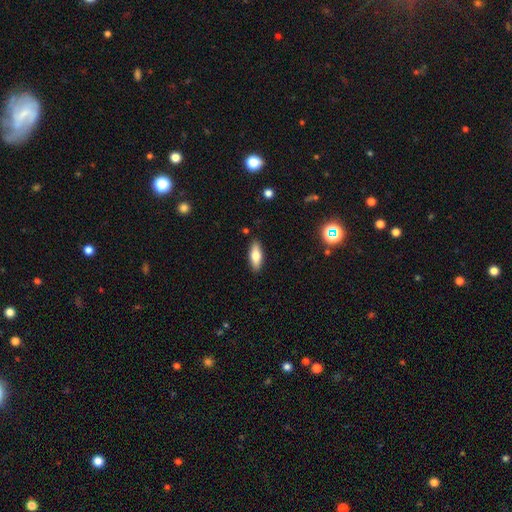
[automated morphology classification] smooth_or_featured: smooth (p=0.71) [alt: featured or disk p=0.22]
how_rounded: in between (p=0.68) [alt: cigar-shaped p=0.30]
merging: none (p=0.88) [alt: minor disturbance p=0.09]